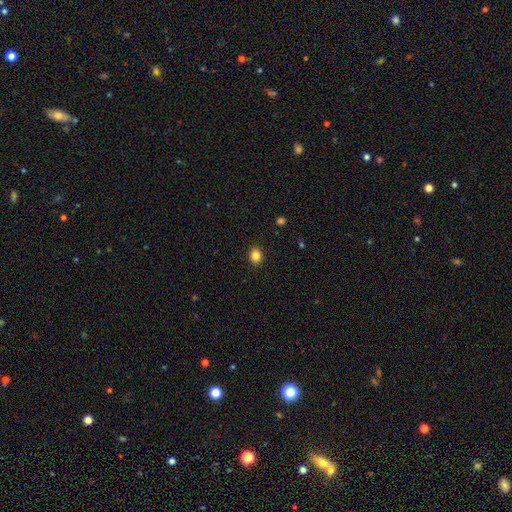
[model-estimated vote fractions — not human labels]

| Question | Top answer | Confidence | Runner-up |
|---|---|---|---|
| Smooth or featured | smooth | 85% | star or artifact (10%) |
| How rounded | round | 52% | in between (48%) |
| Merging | none | 90% | minor disturbance (7%) |